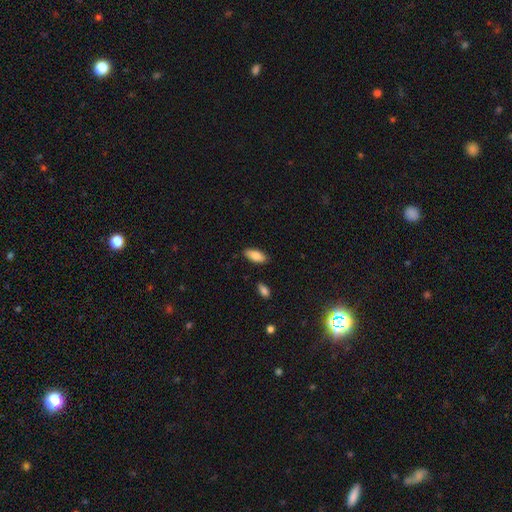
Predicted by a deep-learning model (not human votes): Smooth or featured? smooth (85%)
How rounded? in between (85%)
Merging? none (84%)